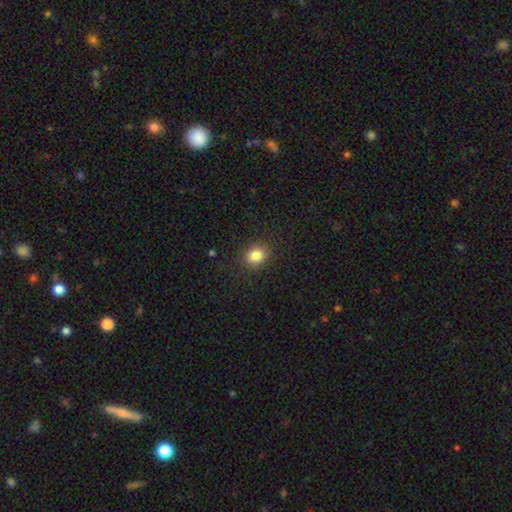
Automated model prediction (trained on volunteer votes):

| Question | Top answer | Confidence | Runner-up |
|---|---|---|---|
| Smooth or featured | smooth | 84% | star or artifact (11%) |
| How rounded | round | 56% | in between (43%) |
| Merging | none | 87% | minor disturbance (9%) |